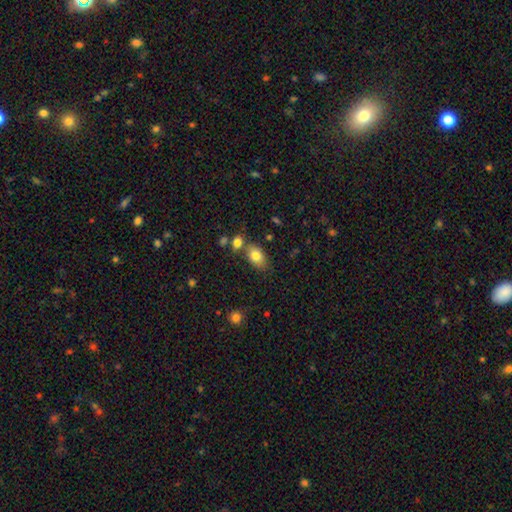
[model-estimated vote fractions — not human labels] smooth-or-featured: smooth: 81% | featured or disk: 11% | star or artifact: 9%
  how-rounded: in between: 85% | round: 13% | cigar-shaped: 2%
  merging: none: 64% | merger: 17% | minor disturbance: 15% | major disturbance: 4%